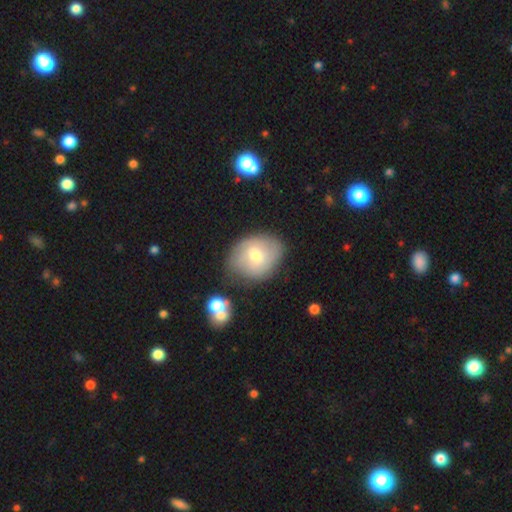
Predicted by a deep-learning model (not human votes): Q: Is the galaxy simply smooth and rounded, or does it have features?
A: smooth — 49%.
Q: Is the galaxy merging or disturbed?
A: none — 69%.